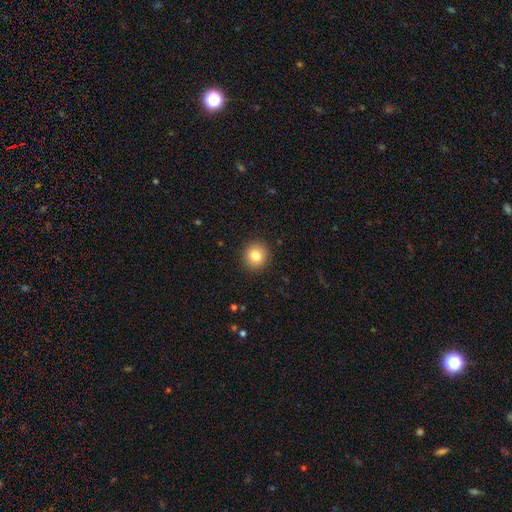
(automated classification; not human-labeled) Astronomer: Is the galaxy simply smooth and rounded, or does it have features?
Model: smooth — 82%.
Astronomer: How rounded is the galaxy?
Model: round — 92%.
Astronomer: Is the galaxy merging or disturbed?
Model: none — 92%.